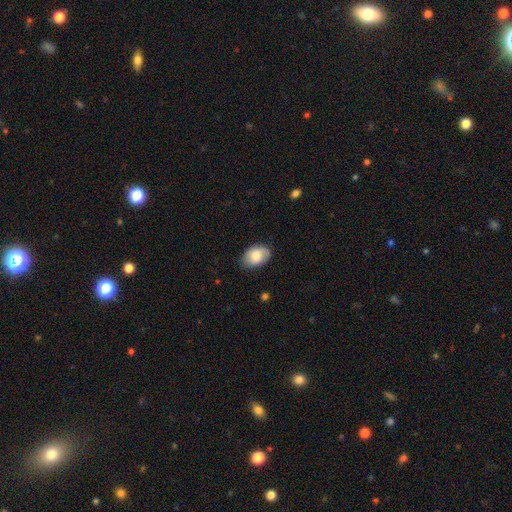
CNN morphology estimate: Smooth or featured?
  - smooth: 76% *
  - featured or disk: 17%
  - star or artifact: 7%
How rounded?
  - in between: 85% *
  - round: 14%
  - cigar-shaped: 1%
Merging?
  - none: 73% *
  - minor disturbance: 22%
  - major disturbance: 4%
  - merger: 1%